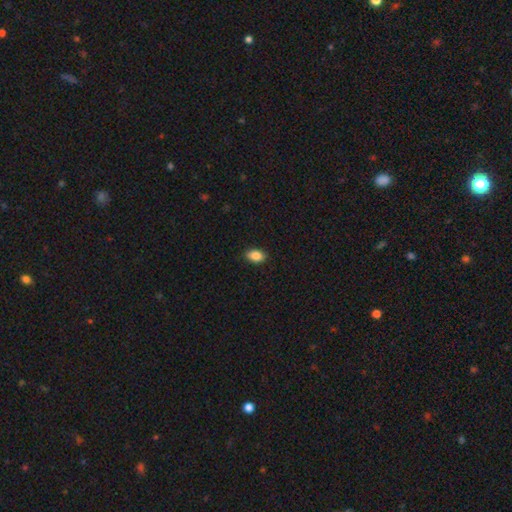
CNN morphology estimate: Smooth or featured?
  - smooth: 88% *
  - star or artifact: 8%
  - featured or disk: 4%
How rounded?
  - in between: 89% *
  - round: 9%
  - cigar-shaped: 2%
Merging?
  - none: 88% *
  - minor disturbance: 9%
  - major disturbance: 2%
  - merger: 1%